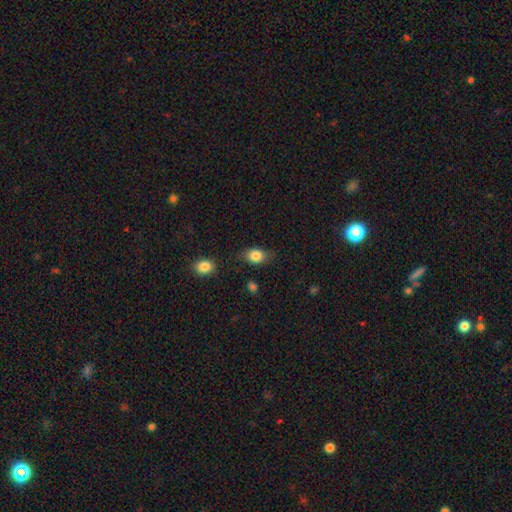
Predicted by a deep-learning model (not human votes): Morphology: type=smooth (83%); roundness=in between (67%); merging=none (73%).